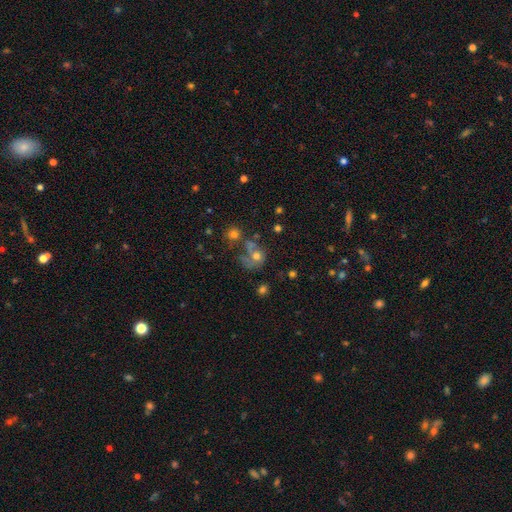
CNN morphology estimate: A smooth galaxy with no disk features (56%) that is round (62%).

Vote fractions:
- Smooth or featured? smooth: 56% / featured or disk: 29% / star or artifact: 16%
- How rounded? round: 62% / in between: 37% / cigar-shaped: 1%
- Merging? major disturbance: 30% / none: 28% / merger: 26% / minor disturbance: 17%